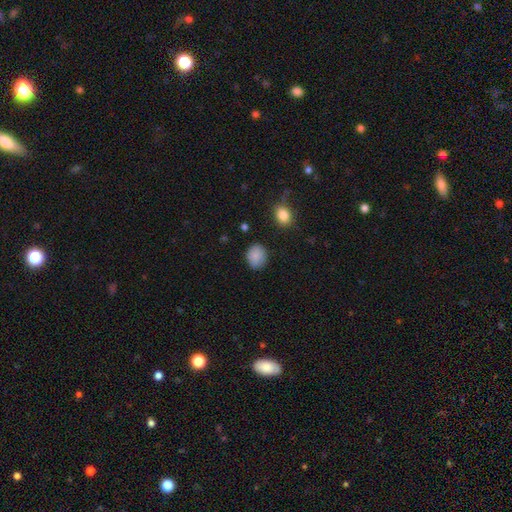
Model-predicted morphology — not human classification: type=smooth (87%); roundness=round (50%); merging=none (81%).